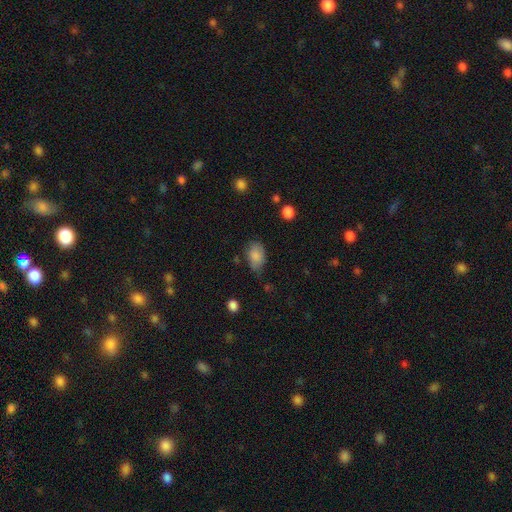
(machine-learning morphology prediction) smooth_or_featured: smooth (p=0.84) [alt: featured or disk p=0.09]
how_rounded: in between (p=0.87) [alt: round p=0.11]
merging: none (p=0.59) [alt: minor disturbance p=0.31]